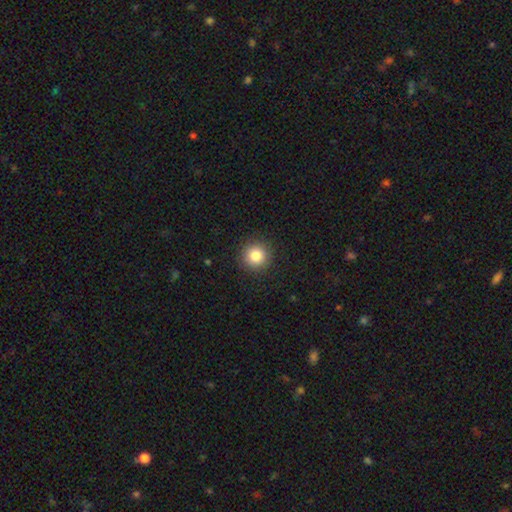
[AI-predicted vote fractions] A smooth galaxy with no disk features (84%) that is round (95%). Merging: none (92%).